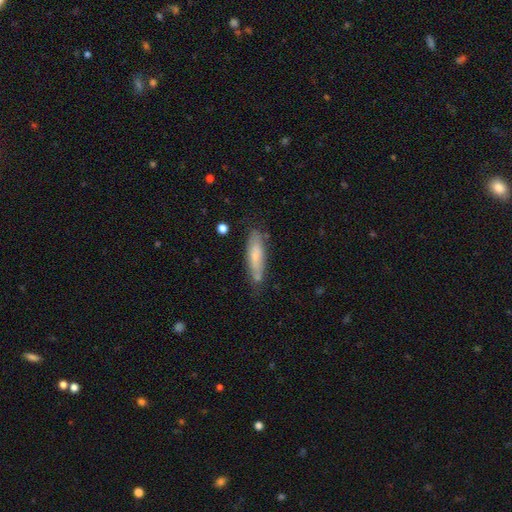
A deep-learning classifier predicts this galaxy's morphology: Q: Smooth or featured?
A: smooth (67%); runner-up: featured or disk (26%)
Q: How rounded?
A: cigar-shaped (64%); runner-up: in between (34%)
Q: Merging?
A: none (68%); runner-up: minor disturbance (21%)